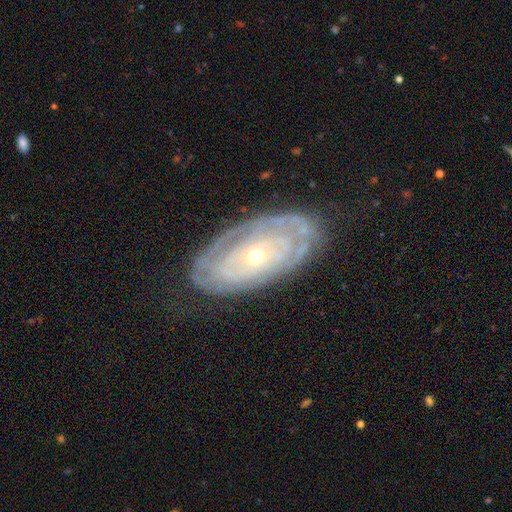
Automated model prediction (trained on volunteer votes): The model was most divided on "bulge size": small: 63%, moderate: 34%, large: 2%, dominant: 1%, none: 1%. More confident: edge-on disk — no (91%); bar — no (84%); spiral winding — tight (82%); smooth or featured — featured or disk (79%); merging — none (76%); spiral arms — yes (75%); spiral arm count — can't tell (57%).